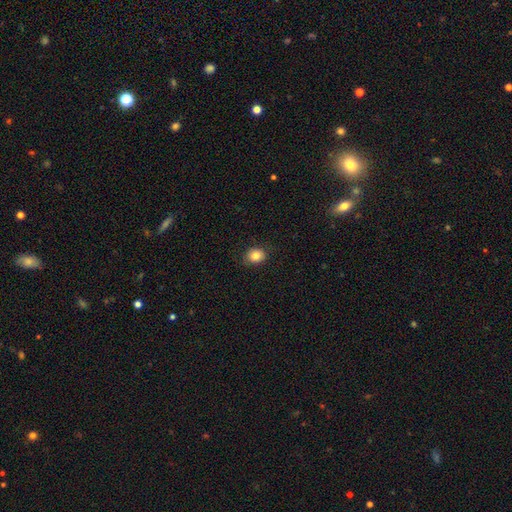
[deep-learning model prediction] Q: Smooth or featured?
A: smooth (84%); runner-up: star or artifact (10%)
Q: How rounded?
A: round (58%); runner-up: in between (41%)
Q: Merging?
A: none (85%); runner-up: minor disturbance (11%)